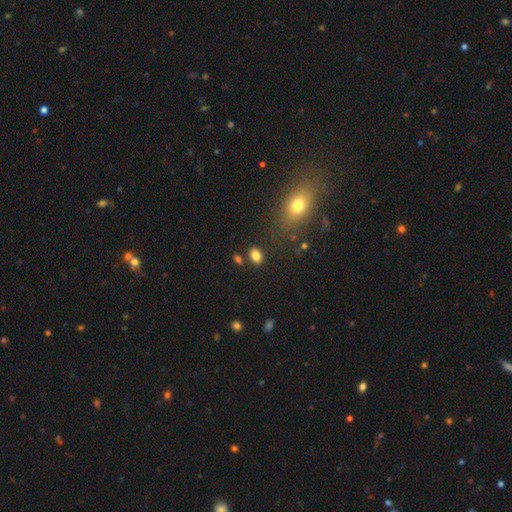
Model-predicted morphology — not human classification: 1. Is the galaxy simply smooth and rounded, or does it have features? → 82% smooth, 11% star or artifact, 6% featured or disk.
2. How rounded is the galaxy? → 80% in between, 18% round, 2% cigar-shaped.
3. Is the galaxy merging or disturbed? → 80% none, 10% minor disturbance, 6% merger, 3% major disturbance.